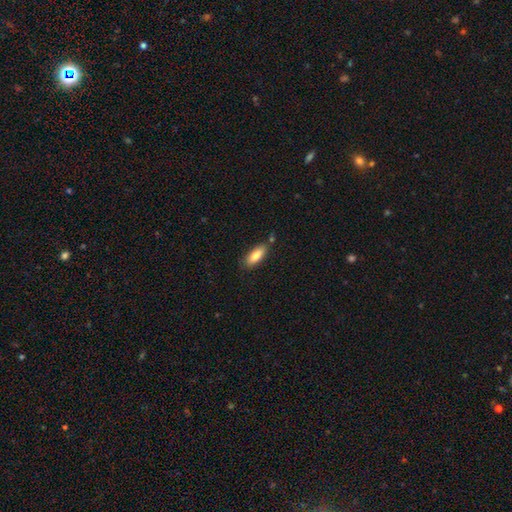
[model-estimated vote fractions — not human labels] smooth 82%, featured or disk 12%, star or artifact 6%. Down the decision tree: how rounded — in between (72%); merging — none (76%).